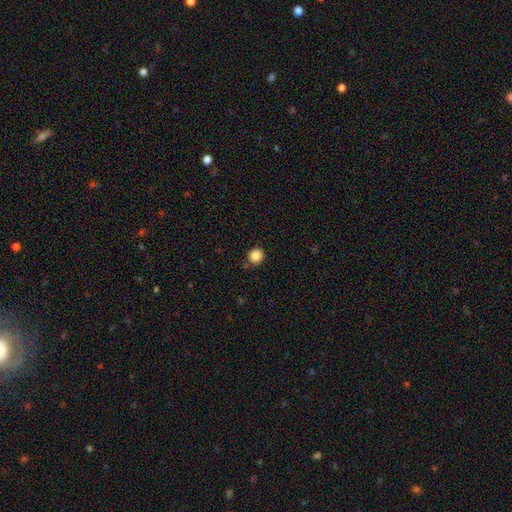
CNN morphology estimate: smooth-or-featured: smooth: 86% | star or artifact: 11% | featured or disk: 3%
  how-rounded: round: 91% | in between: 8% | cigar-shaped: 1%
  merging: none: 85% | minor disturbance: 9% | merger: 3% | major disturbance: 2%